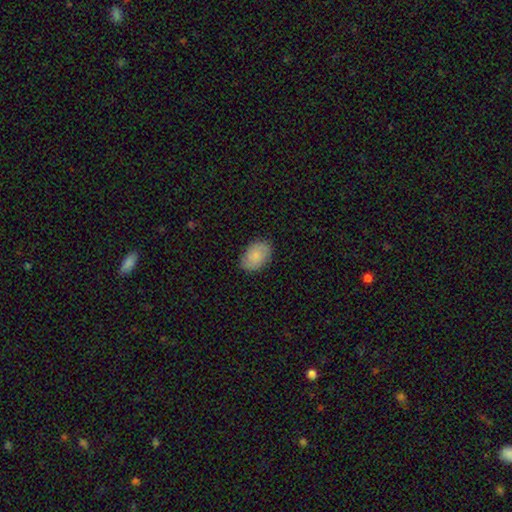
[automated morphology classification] A smooth galaxy with no disk features (83%) that is in between round and cigar-shaped (90%).

Vote fractions:
- Smooth or featured? smooth: 83% / featured or disk: 11% / star or artifact: 6%
- How rounded? in between: 90% / round: 9% / cigar-shaped: 1%
- Merging? none: 85% / minor disturbance: 12% / major disturbance: 2% / merger: 1%